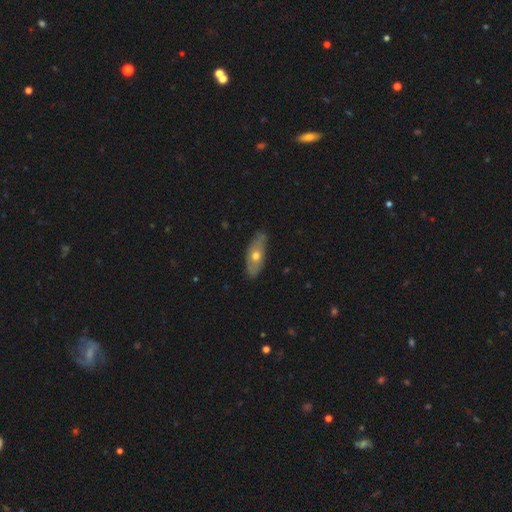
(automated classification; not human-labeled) Smooth or featured?
  - smooth: 49% *
  - featured or disk: 45%
  - star or artifact: 6%
Merging?
  - none: 80% *
  - minor disturbance: 16%
  - major disturbance: 3%
  - merger: 1%